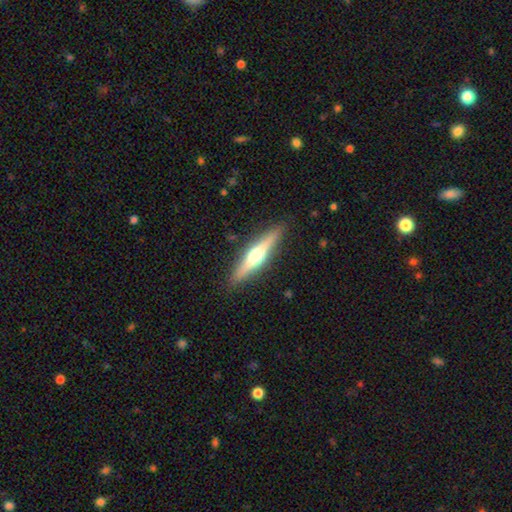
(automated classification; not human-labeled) A featured or disk galaxy (65%) viewed edge-on (96%) with a rounded central bulge (94%). Merging: none (90%).